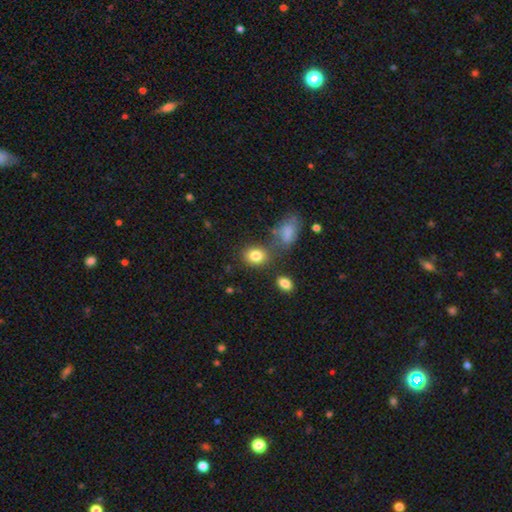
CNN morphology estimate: Overall: smooth (83%). How rounded: round (50%; in between 49%). Merging: none (69%).